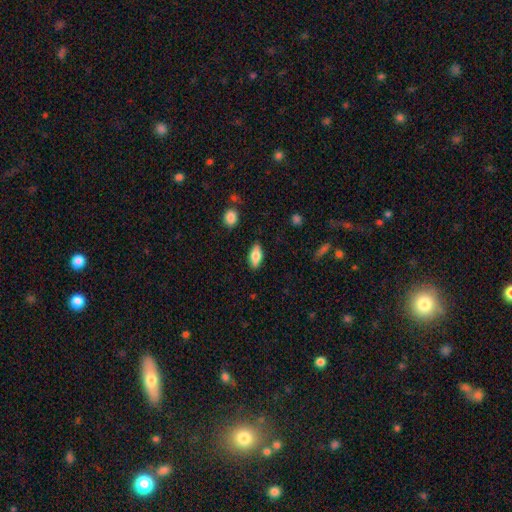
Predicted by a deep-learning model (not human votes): A smooth galaxy with no disk features (75%) that is in between round and cigar-shaped (84%). Merging: none (85%).